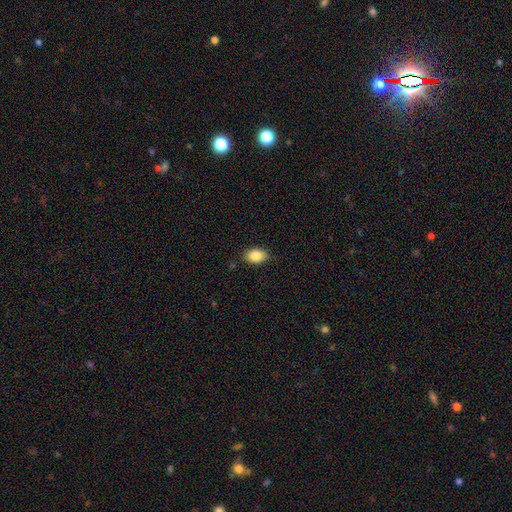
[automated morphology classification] smooth 85%, star or artifact 8%, featured or disk 7%. Down the decision tree: how rounded — in between (82%); merging — none (83%).